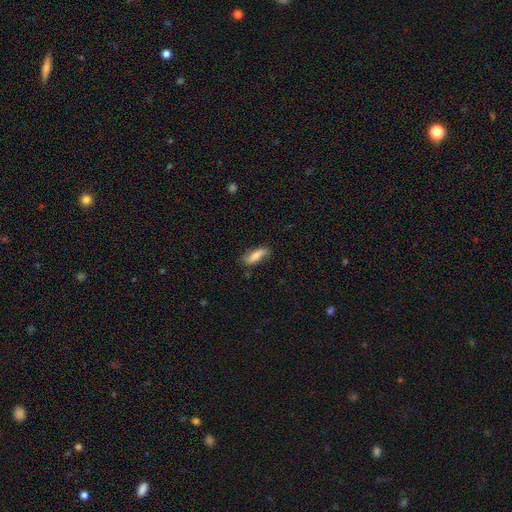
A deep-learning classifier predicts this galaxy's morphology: Smooth or featured? smooth (77%)
How rounded? in between (55%)
Merging? none (73%)